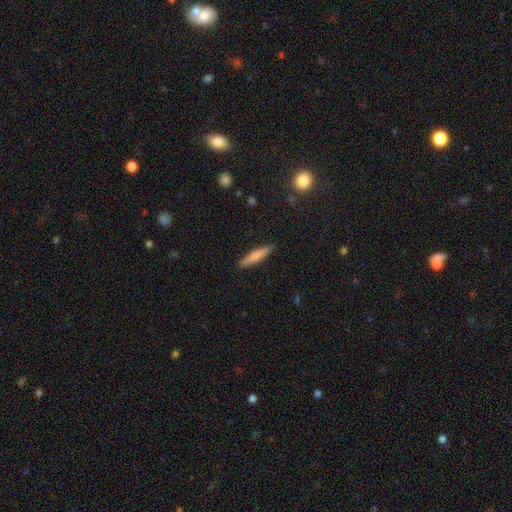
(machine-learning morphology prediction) Overall: smooth (67%). How rounded: cigar-shaped (88%). Merging: none (90%).